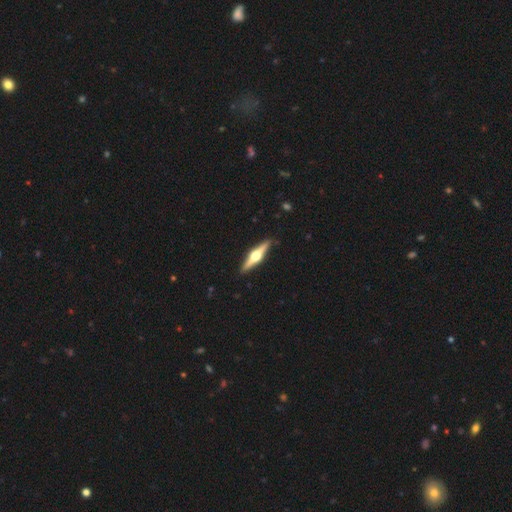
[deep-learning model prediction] This appears to be a featured or disk galaxy (77%) viewed edge-on (98%) with a rounded central bulge (95%). Merging: none (90%).